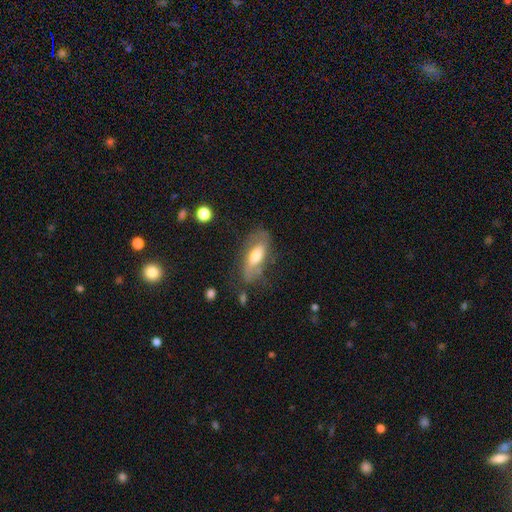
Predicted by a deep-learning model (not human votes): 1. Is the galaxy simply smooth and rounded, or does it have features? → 49% smooth, 44% featured or disk, 7% star or artifact.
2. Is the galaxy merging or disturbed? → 58% none, 25% minor disturbance, 13% major disturbance, 4% merger.